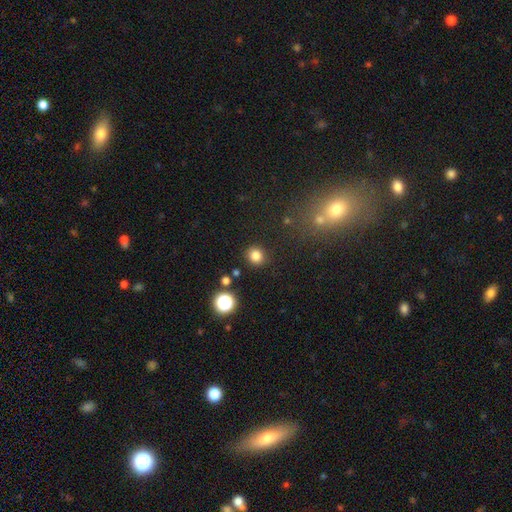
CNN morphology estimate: This is clearly a smooth galaxy (82%). How rounded: clearly round (86%). Merging: clearly none (88%).